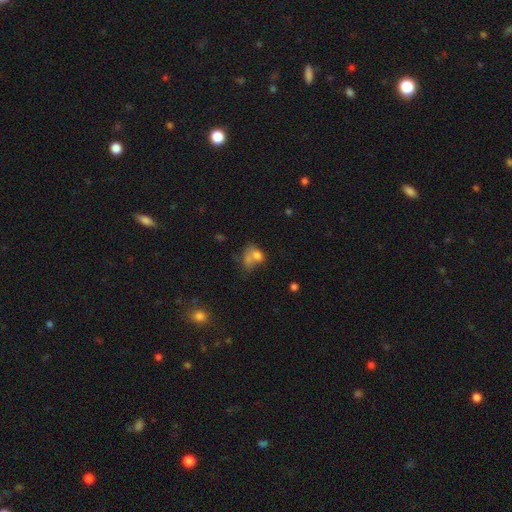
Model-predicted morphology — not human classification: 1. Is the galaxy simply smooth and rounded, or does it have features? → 70% smooth, 16% featured or disk, 13% star or artifact.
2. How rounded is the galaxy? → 65% in between, 33% round, 2% cigar-shaped.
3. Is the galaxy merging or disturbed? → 42% merger, 25% none, 17% major disturbance, 16% minor disturbance.